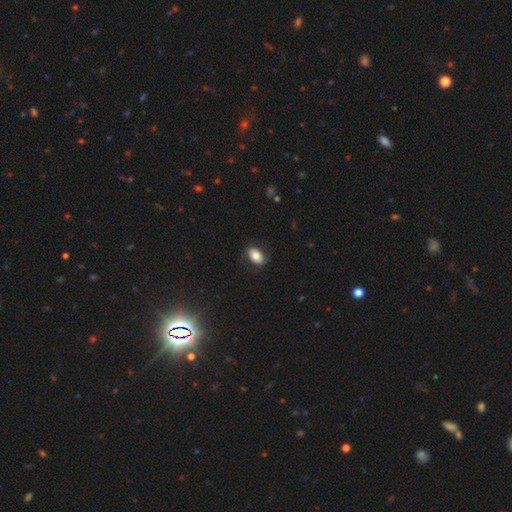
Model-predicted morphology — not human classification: A smooth galaxy with no disk features (80%) that is in between round and cigar-shaped (89%). Merging: none (86%).